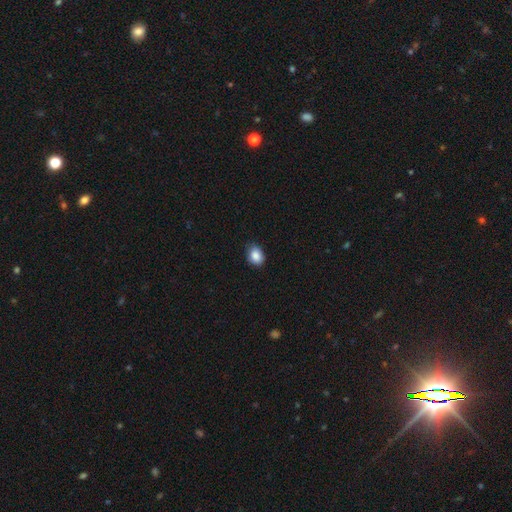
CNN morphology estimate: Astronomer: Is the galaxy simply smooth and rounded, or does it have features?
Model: smooth — 88%.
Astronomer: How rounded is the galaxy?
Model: in between — 61% (runner-up: round, 38%).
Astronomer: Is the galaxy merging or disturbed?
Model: none — 82%.